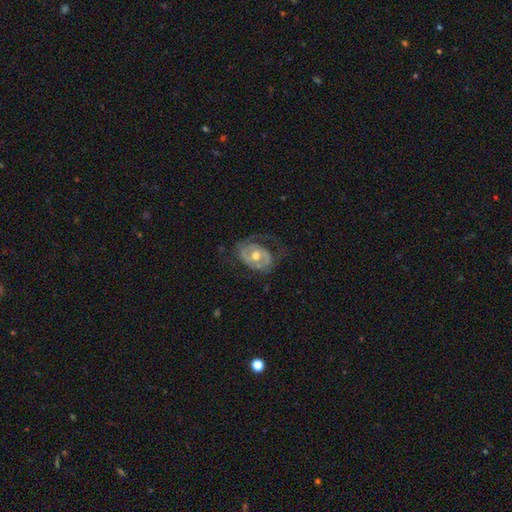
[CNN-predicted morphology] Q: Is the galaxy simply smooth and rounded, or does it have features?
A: featured or disk — 75%.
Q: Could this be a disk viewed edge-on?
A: no — 96%.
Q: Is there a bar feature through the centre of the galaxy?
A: no — 64%.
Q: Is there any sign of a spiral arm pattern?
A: yes — 73%.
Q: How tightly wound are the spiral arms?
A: tight — 41%.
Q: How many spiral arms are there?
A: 2 — 58%.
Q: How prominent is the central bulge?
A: moderate — 77%.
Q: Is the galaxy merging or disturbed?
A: none — 55%.